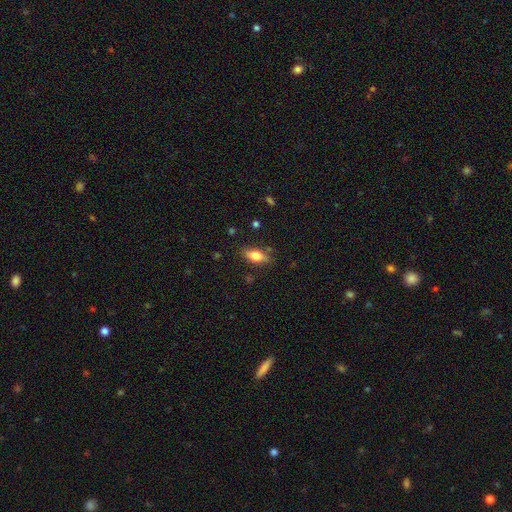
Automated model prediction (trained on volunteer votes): Smooth or featured: smooth — 71% (featured or disk — 21%)
How rounded: in between — 79% (cigar-shaped — 17%)
Merging: none — 80% (minor disturbance — 14%)